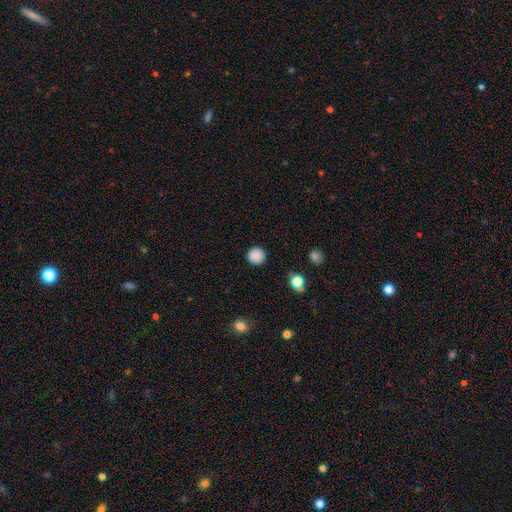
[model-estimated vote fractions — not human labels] This is clearly a smooth galaxy (87%). How rounded: clearly round (94%). Merging: clearly none (90%).